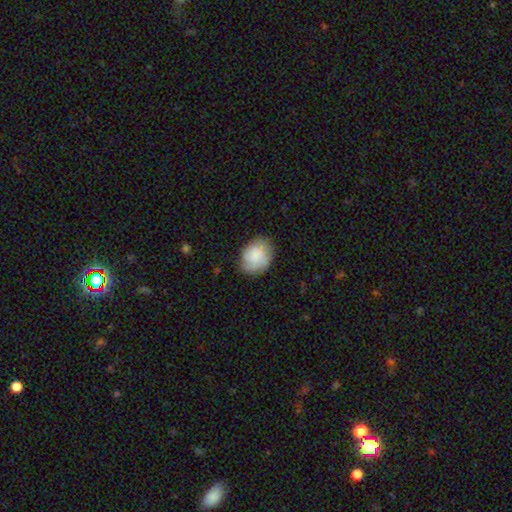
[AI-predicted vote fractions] A smooth galaxy with no disk features (60%) that is in between round and cigar-shaped (57%). Merging: none (69%).